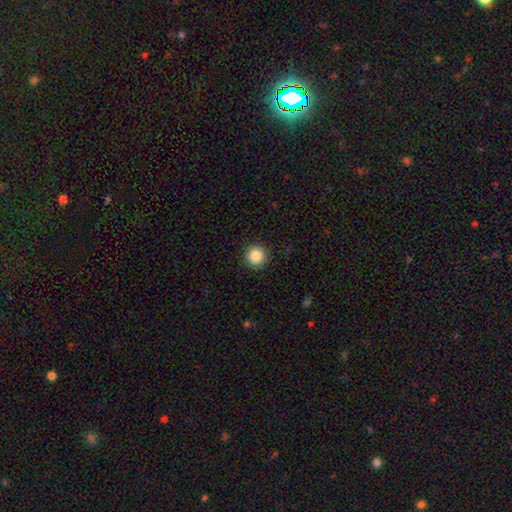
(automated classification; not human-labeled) smooth 87%, star or artifact 9%, featured or disk 4%. Down the decision tree: how rounded — round (96%); merging — none (92%).